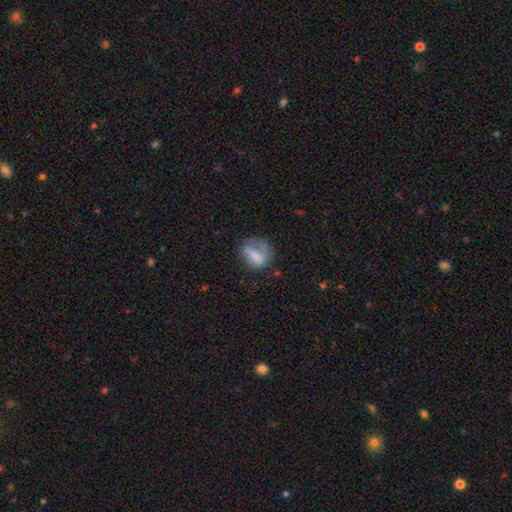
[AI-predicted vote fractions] This is possibly a smooth galaxy (59%). How rounded: possibly in between (51%). Merging: marginally none (43%).